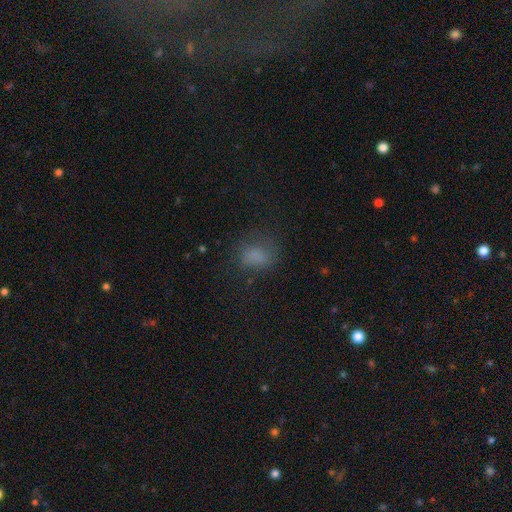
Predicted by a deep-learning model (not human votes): This is likely a smooth galaxy (73%). How rounded: possibly in between (59%). Merging: likely none (60%).